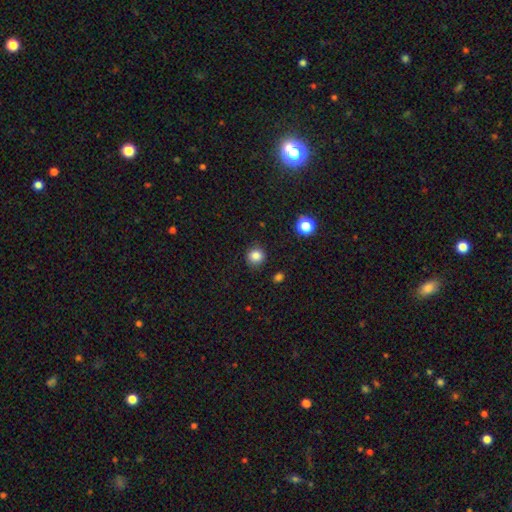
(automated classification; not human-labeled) A smooth galaxy with no disk features (84%) that is round (90%).

Vote fractions:
- Smooth or featured? smooth: 84% / star or artifact: 12% / featured or disk: 4%
- How rounded? round: 90% / in between: 9% / cigar-shaped: 1%
- Merging? none: 86% / minor disturbance: 10% / major disturbance: 3% / merger: 1%